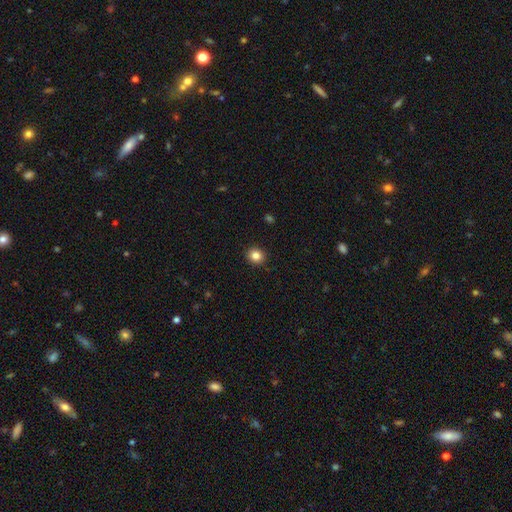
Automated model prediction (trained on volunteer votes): Smooth or featured?
  - smooth: 84% *
  - star or artifact: 11%
  - featured or disk: 5%
How rounded?
  - round: 85% *
  - in between: 14%
  - cigar-shaped: 1%
Merging?
  - none: 92% *
  - minor disturbance: 5%
  - major disturbance: 2%
  - merger: 1%